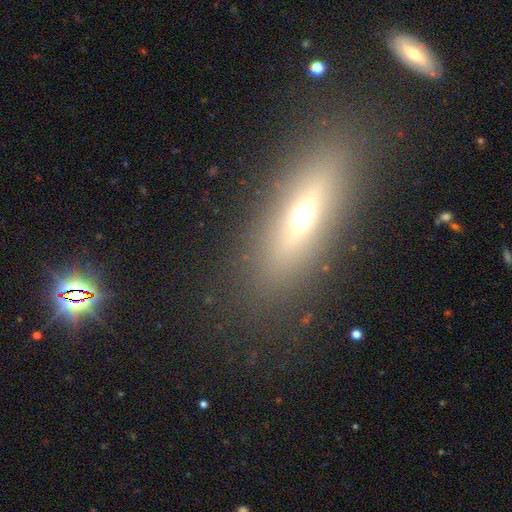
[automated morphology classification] Smooth or featured? smooth (47%)
Merging? none (84%)